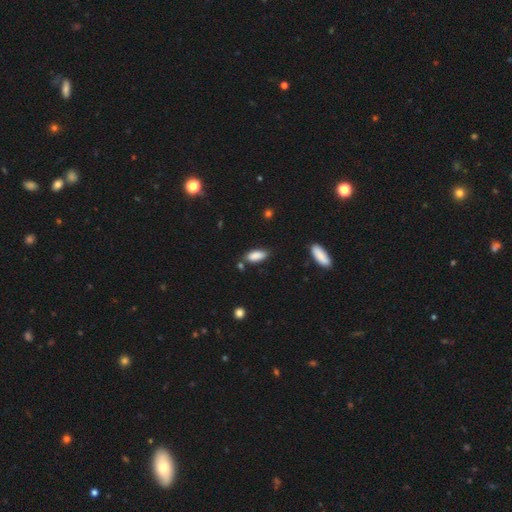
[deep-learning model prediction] Smooth or featured? smooth (87%)
How rounded? in between (80%)
Merging? none (75%)